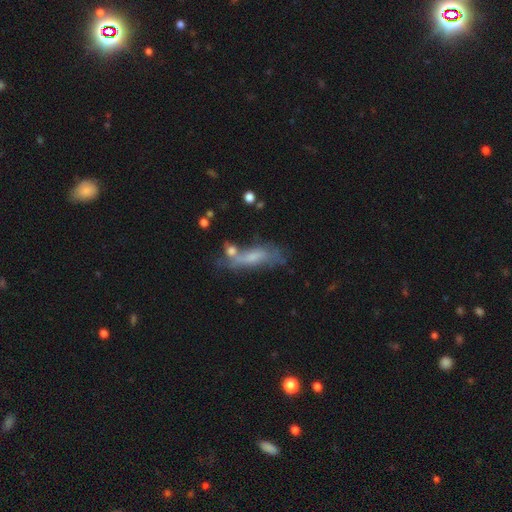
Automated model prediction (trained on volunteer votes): Morphology: type=smooth (55%); roundness=in between (49%); merging=none (35%).